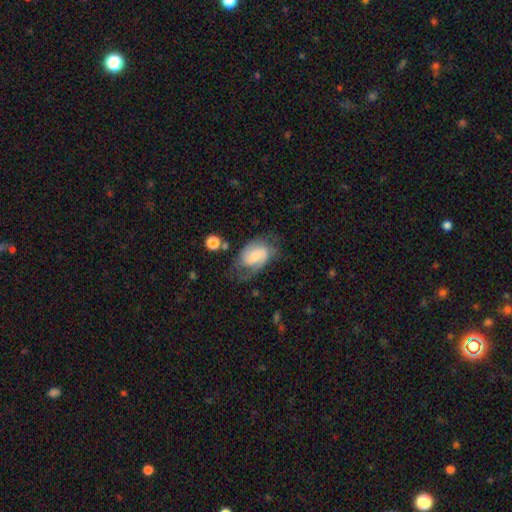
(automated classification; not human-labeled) A featured or disk galaxy (60%) with no bar (48%), 2 (65%) medium (45%) spiral arms (87%) and a small central bulge (46%).

Vote fractions:
- Smooth or featured? featured or disk: 60% / smooth: 33% / star or artifact: 7%
- Edge-on disk? no: 96% / yes: 4%
- Bar? no: 48% / weak: 42% / strong: 10%
- Spiral arms? yes: 87% / no: 13%
- Spiral winding? medium: 45% / tight: 30% / loose: 25%
- Spiral arm count? 2: 65% / can't tell: 17% / 1: 12% / 3: 4% / 4: 1% / more than 4: 1%
- Bulge size? small: 46% / moderate: 41% / large: 6% / none: 5% / dominant: 2%
- Merging? none: 48% / minor disturbance: 28% / major disturbance: 22% / merger: 3%